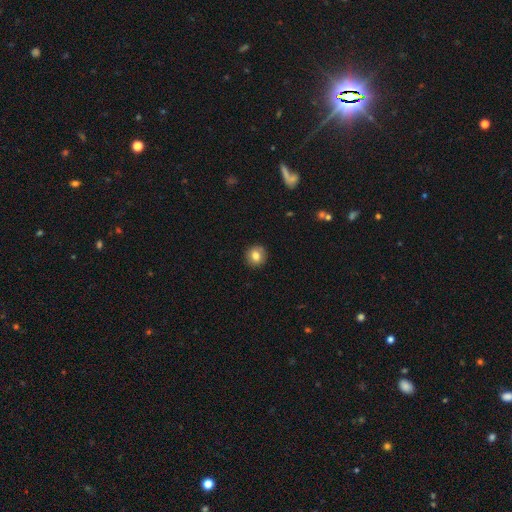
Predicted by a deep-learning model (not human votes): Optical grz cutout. It shows a smooth galaxy with no disk features (81%) that is round (92%). Merging: none (91%).